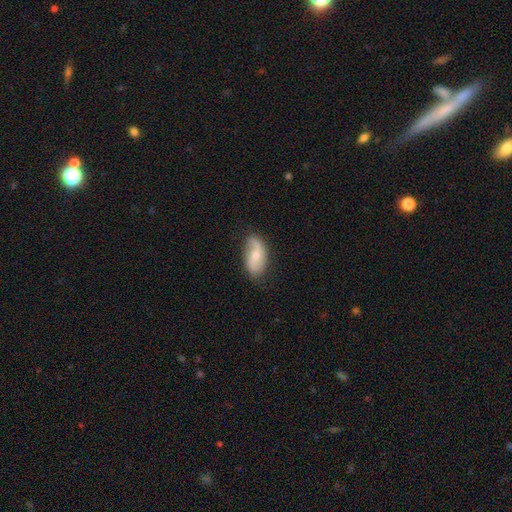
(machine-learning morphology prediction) smooth_or_featured: featured or disk (p=0.55) [alt: smooth p=0.39]
disk_edge_on: no (p=0.94) [alt: yes p=0.06]
bar: no (p=0.57) [alt: weak p=0.33]
has_spiral_arms: yes (p=0.83) [alt: no p=0.17]
bulge_size: moderate (p=0.49) [alt: small p=0.46]
merging: none (p=0.72) [alt: minor disturbance p=0.21]